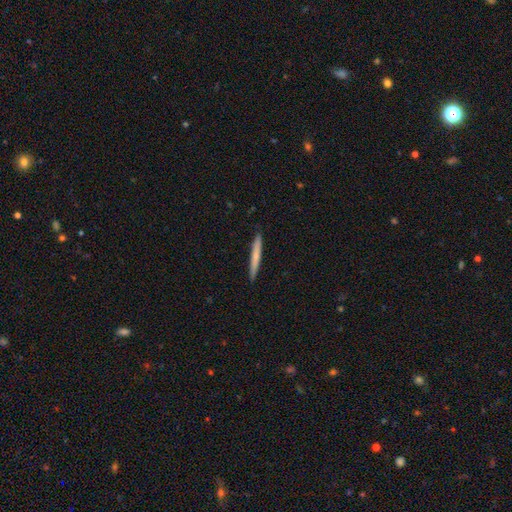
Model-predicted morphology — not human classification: A smooth galaxy with no disk features (67%) that is cigar-shaped (96%).

Vote fractions:
- Smooth or featured? smooth: 67% / featured or disk: 28% / star or artifact: 5%
- How rounded? cigar-shaped: 96% / in between: 2% / round: 1%
- Merging? none: 92% / minor disturbance: 6% / major disturbance: 1% / merger: 1%